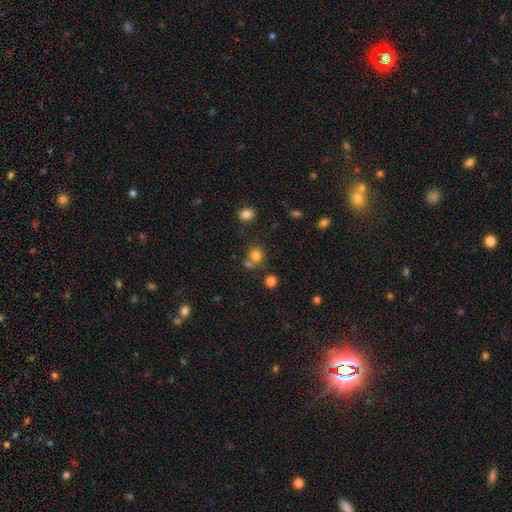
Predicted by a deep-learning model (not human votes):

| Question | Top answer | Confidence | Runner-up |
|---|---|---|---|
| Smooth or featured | smooth | 77% | star or artifact (15%) |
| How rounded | round | 85% | in between (14%) |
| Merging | none | 57% | merger (29%) |